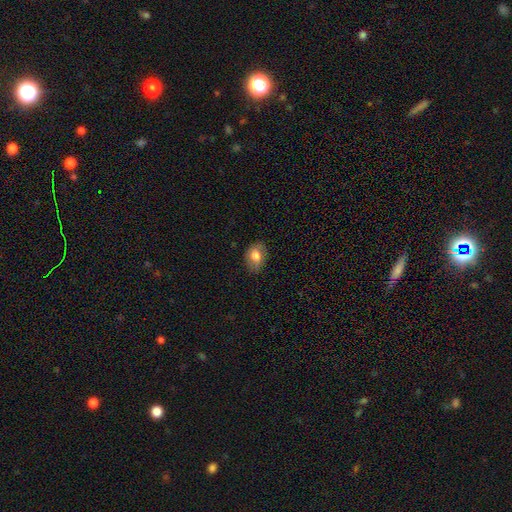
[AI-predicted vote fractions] smooth-or-featured: smooth: 73% | featured or disk: 19% | star or artifact: 8%
  how-rounded: in between: 72% | round: 26% | cigar-shaped: 1%
  merging: none: 75% | minor disturbance: 19% | major disturbance: 5% | merger: 1%